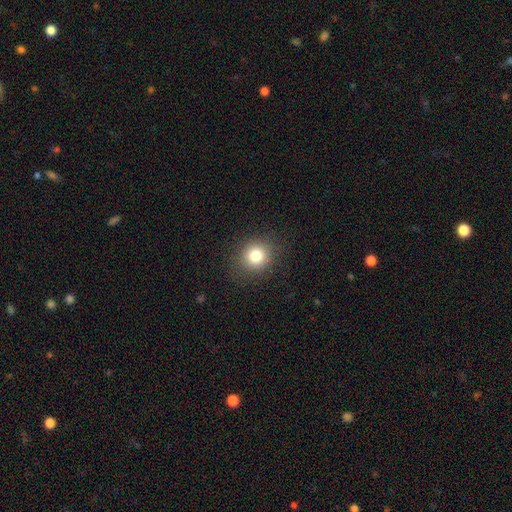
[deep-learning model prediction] Smooth or featured?
  - smooth: 80% *
  - star or artifact: 12%
  - featured or disk: 8%
How rounded?
  - round: 81% *
  - in between: 18%
  - cigar-shaped: 1%
Merging?
  - none: 87% *
  - minor disturbance: 9%
  - major disturbance: 3%
  - merger: 1%